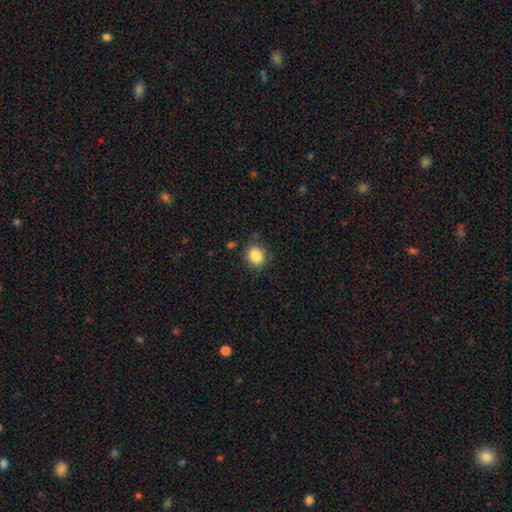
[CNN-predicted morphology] Q: Smooth or featured?
A: smooth (86%); runner-up: star or artifact (9%)
Q: How rounded?
A: round (70%); runner-up: in between (29%)
Q: Merging?
A: none (83%); runner-up: minor disturbance (12%)